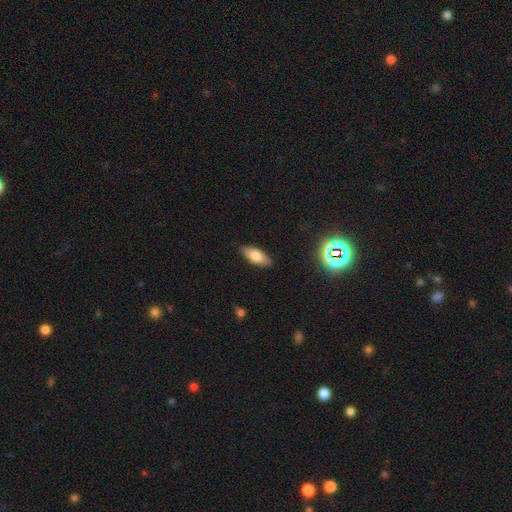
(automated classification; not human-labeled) Smooth or featured? Predicted: smooth (p=0.77). How rounded? Predicted: in between (p=0.80). Merging? Predicted: none (p=0.87).